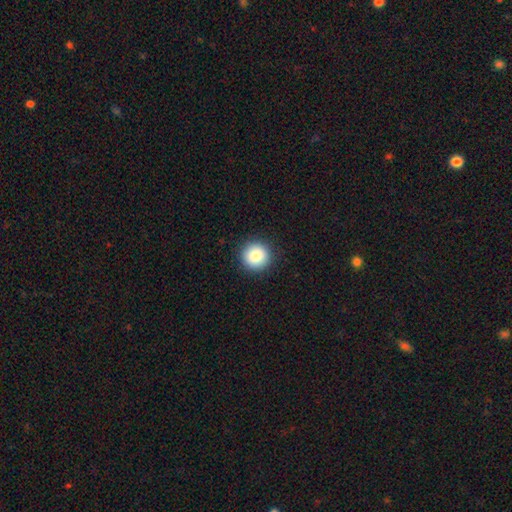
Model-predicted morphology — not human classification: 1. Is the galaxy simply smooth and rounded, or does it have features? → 86% smooth, 9% star or artifact, 5% featured or disk.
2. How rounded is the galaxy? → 95% round, 4% in between, 1% cigar-shaped.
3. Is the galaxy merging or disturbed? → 92% none, 5% minor disturbance, 2% major disturbance, 1% merger.